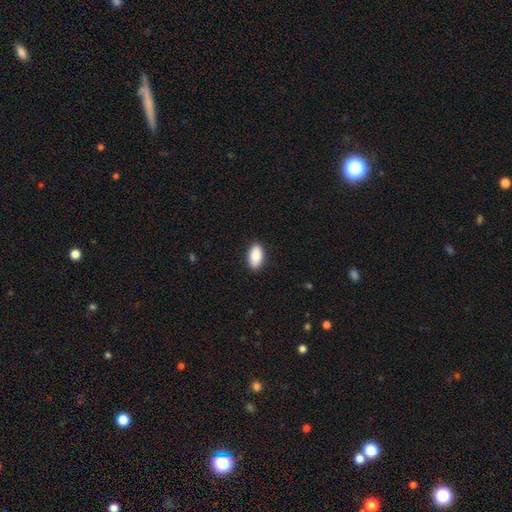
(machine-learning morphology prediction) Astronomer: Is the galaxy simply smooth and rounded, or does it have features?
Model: smooth — 89%.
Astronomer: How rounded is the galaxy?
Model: in between — 93%.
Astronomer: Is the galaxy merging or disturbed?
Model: none — 89%.